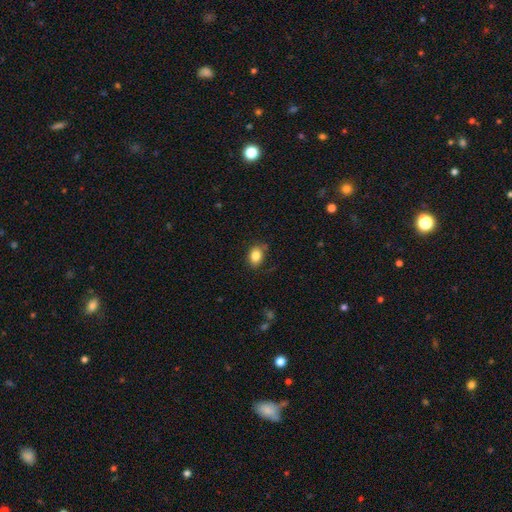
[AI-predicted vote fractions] smooth-or-featured: smooth: 84% | star or artifact: 9% | featured or disk: 7%
  how-rounded: in between: 67% | round: 32% | cigar-shaped: 1%
  merging: none: 78% | minor disturbance: 15% | major disturbance: 4% | merger: 3%